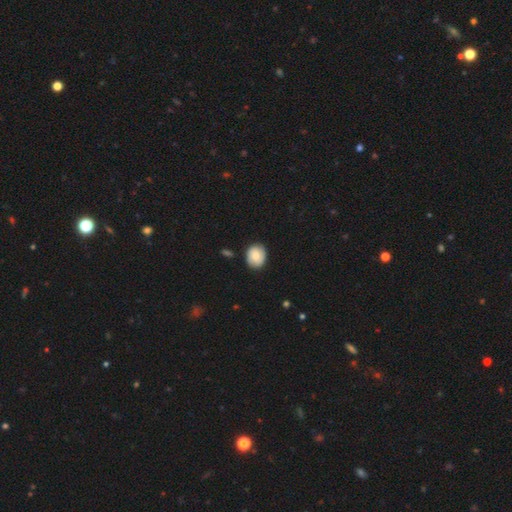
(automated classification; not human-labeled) Morphology: type=smooth (75%); roundness=round (58%); merging=none (84%).